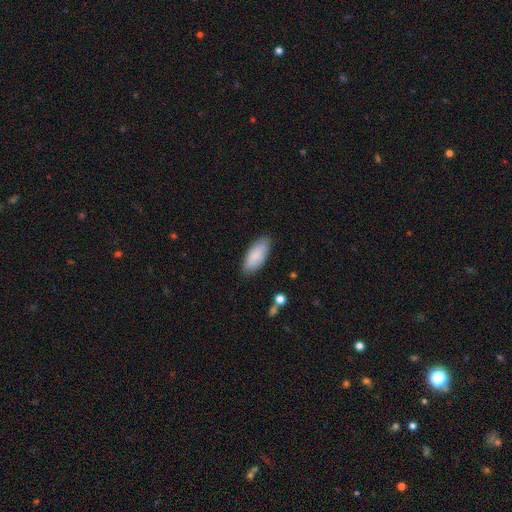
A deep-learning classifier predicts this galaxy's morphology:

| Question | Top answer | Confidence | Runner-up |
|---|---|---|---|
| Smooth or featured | smooth | 86% | featured or disk (8%) |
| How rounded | in between | 83% | cigar-shaped (16%) |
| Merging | none | 82% | minor disturbance (14%) |